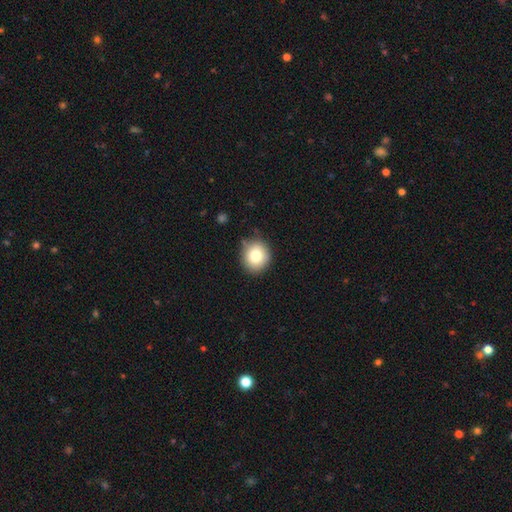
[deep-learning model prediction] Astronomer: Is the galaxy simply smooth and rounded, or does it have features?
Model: smooth — 78%.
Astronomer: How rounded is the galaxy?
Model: round — 83%.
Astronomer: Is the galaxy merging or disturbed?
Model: none — 85%.